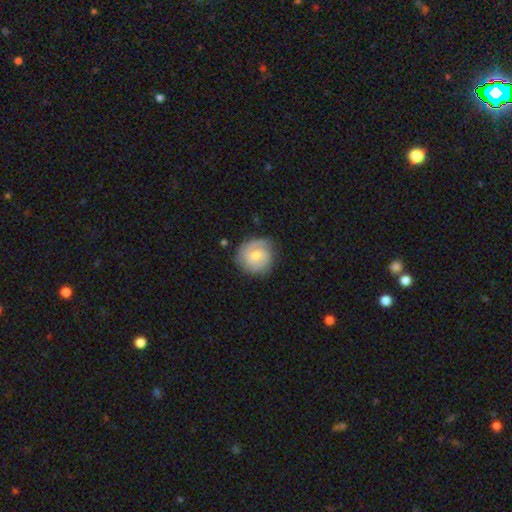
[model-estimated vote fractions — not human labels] A featured or disk galaxy (61%) with no bar (55%), 2 (49%) tight (55%) spiral arms (89%) and a moderate central bulge (52%). Merging: none (76%).